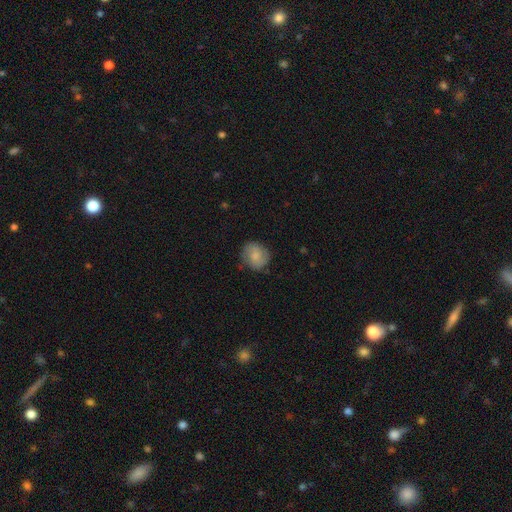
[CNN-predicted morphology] A smooth galaxy with no disk features (63%) that is round (80%).

Vote fractions:
- Smooth or featured? smooth: 63% / featured or disk: 30% / star or artifact: 7%
- How rounded? round: 80% / in between: 19% / cigar-shaped: 1%
- Merging? none: 78% / minor disturbance: 17% / major disturbance: 5% / merger: 1%